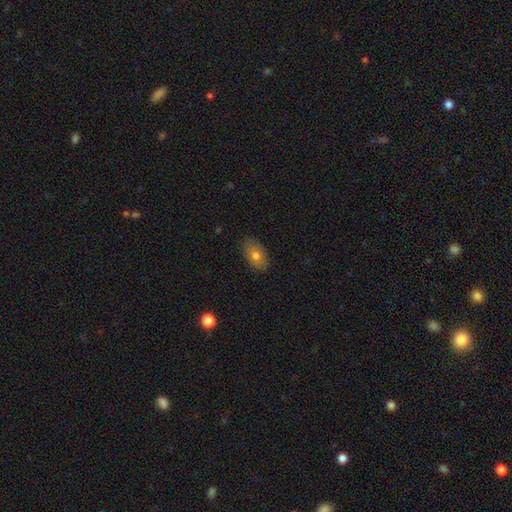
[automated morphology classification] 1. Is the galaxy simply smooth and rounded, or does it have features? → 75% smooth, 18% featured or disk, 7% star or artifact.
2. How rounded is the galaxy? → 90% in between, 9% round, 2% cigar-shaped.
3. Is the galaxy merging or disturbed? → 84% none, 13% minor disturbance, 2% major disturbance, 1% merger.